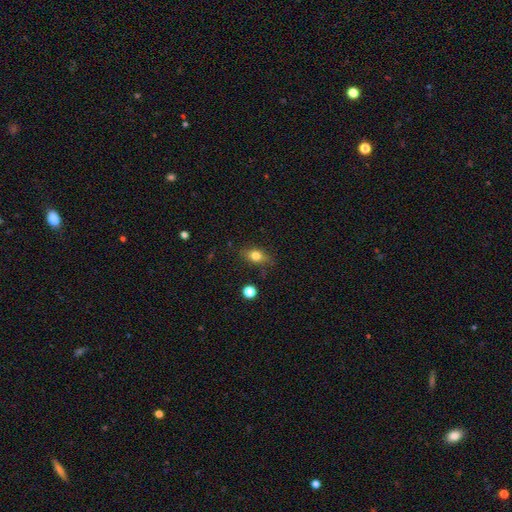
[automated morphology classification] type=smooth (77%); roundness=in between (71%); merging=none (74%).